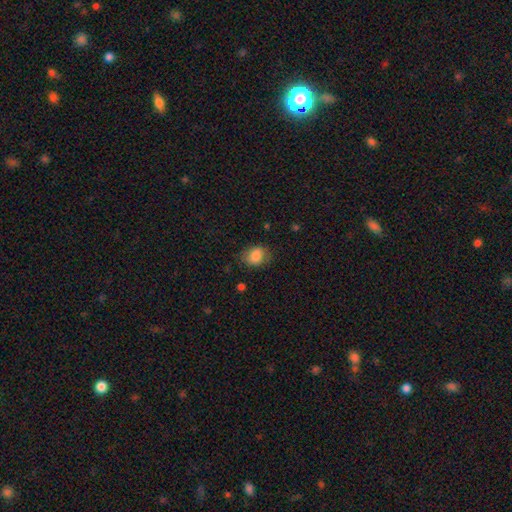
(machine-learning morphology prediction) This is clearly a smooth galaxy (82%). How rounded: likely in between (61%). Merging: likely none (70%).